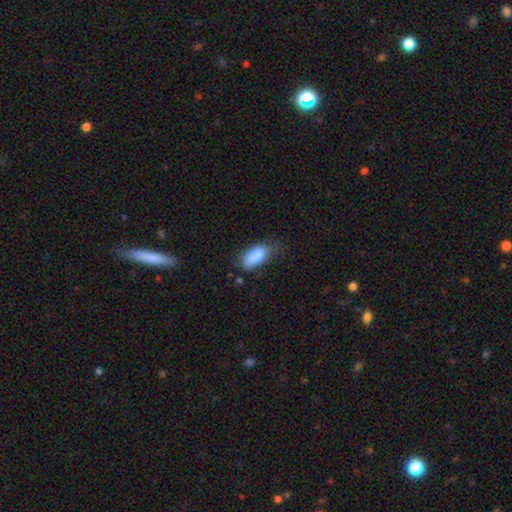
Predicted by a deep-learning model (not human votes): Q: Smooth or featured?
A: smooth (84%); runner-up: featured or disk (9%)
Q: How rounded?
A: in between (89%); runner-up: cigar-shaped (8%)
Q: Merging?
A: none (44%); runner-up: minor disturbance (37%)